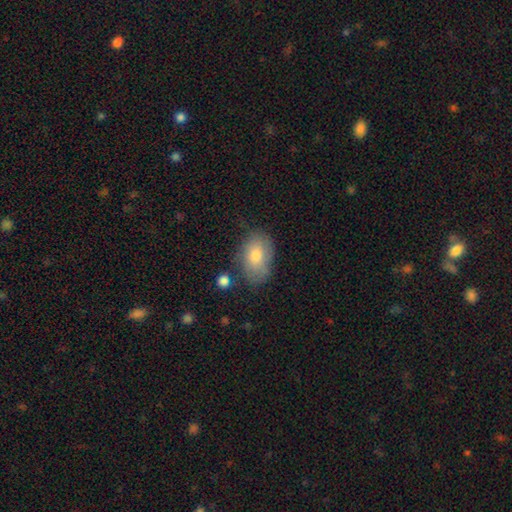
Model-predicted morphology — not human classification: Q: Smooth or featured?
A: smooth (76%); runner-up: featured or disk (17%)
Q: How rounded?
A: in between (87%); runner-up: round (12%)
Q: Merging?
A: none (68%); runner-up: minor disturbance (22%)